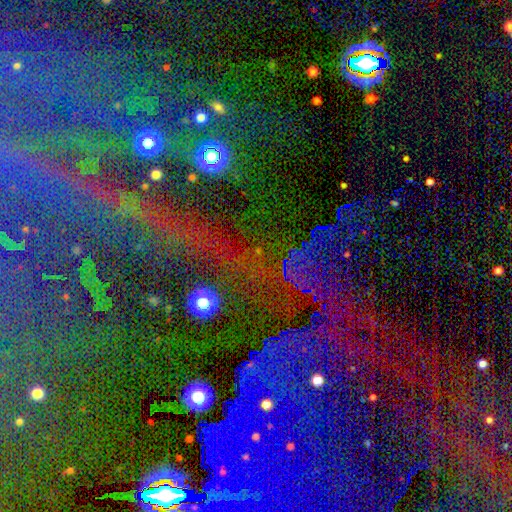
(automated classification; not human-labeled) A star or artifact, not a galaxy (84%).